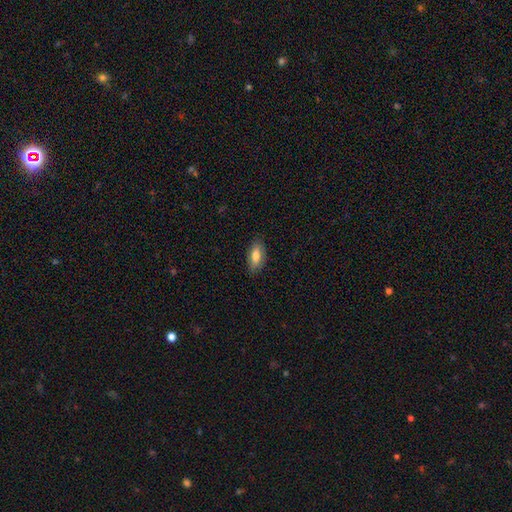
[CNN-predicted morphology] This appears to be a smooth galaxy with no disk features (79%) that is in between round and cigar-shaped (87%). Merging: none (84%).